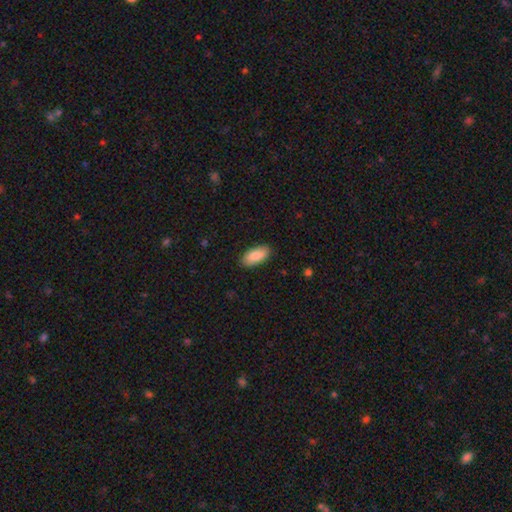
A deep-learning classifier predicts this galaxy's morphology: smooth 88%, featured or disk 7%, star or artifact 6%. Down the decision tree: how rounded — in between (92%); merging — none (88%).